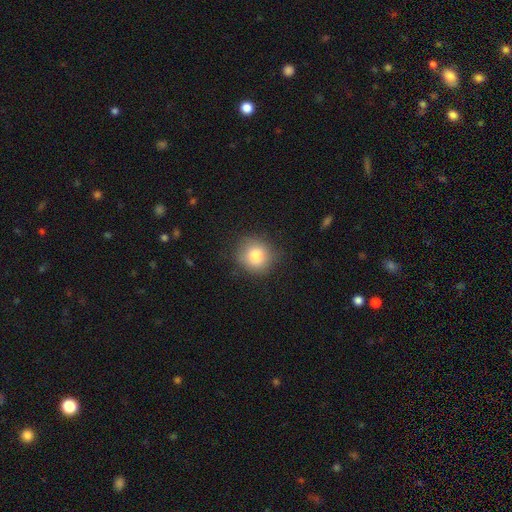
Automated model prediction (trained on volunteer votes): The model was most divided on "merging": none: 80%, minor disturbance: 15%, major disturbance: 4%, merger: 1%. More confident: how rounded — round (88%); smooth or featured — smooth (81%).